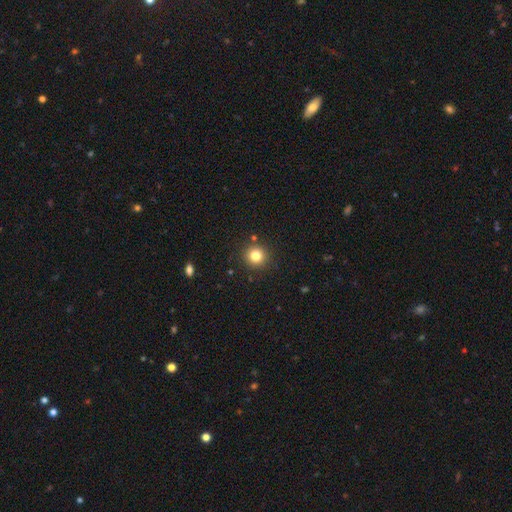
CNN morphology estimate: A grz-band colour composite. It shows a smooth galaxy with no disk features (80%) that is round (93%). Merging: none (89%).